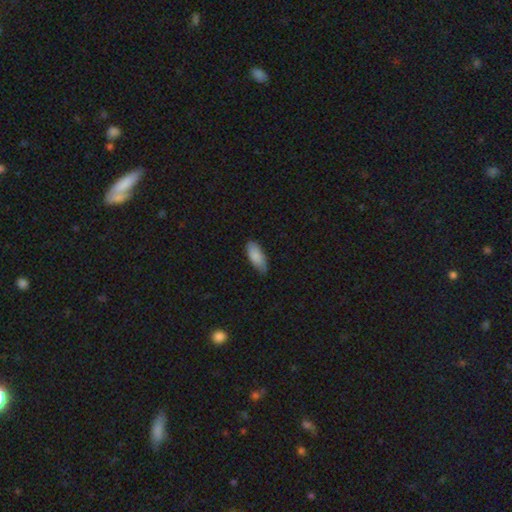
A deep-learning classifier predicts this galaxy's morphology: Q: Smooth or featured?
A: smooth (86%); runner-up: featured or disk (8%)
Q: How rounded?
A: in between (85%); runner-up: cigar-shaped (14%)
Q: Merging?
A: none (72%); runner-up: minor disturbance (24%)